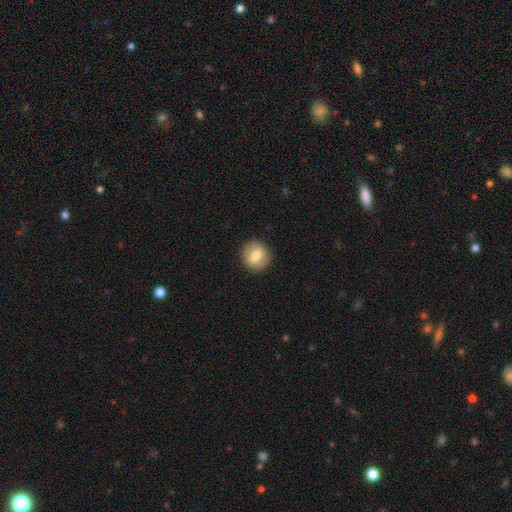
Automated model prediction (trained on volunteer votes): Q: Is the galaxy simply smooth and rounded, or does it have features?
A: smooth — 66%.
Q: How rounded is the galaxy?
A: round — 85%.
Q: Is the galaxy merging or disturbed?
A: none — 90%.